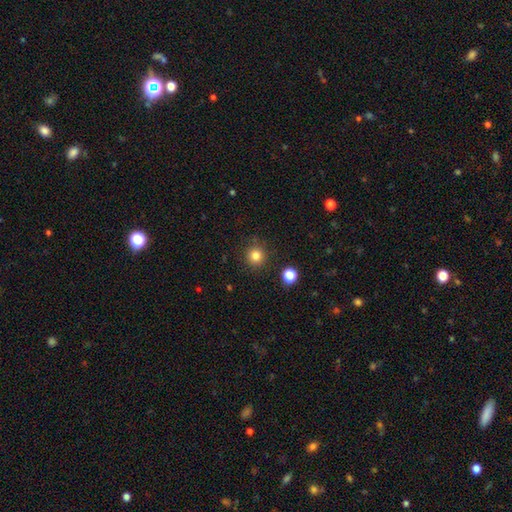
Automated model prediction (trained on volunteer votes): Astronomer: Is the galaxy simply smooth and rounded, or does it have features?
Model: smooth — 82%.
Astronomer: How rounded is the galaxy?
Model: round — 94%.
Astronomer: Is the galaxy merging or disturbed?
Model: none — 88%.